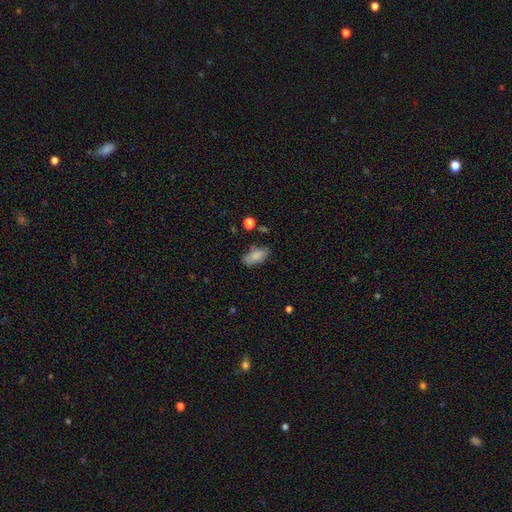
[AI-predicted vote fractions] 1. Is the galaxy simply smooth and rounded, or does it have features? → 84% smooth, 8% featured or disk, 8% star or artifact.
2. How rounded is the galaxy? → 88% in between, 9% cigar-shaped, 3% round.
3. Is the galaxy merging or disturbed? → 73% none, 19% minor disturbance, 5% major disturbance, 3% merger.